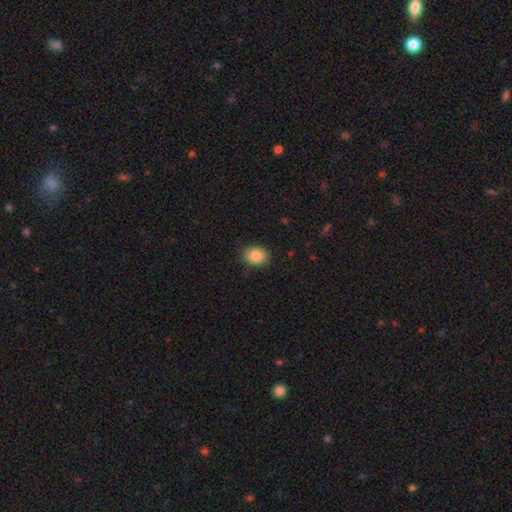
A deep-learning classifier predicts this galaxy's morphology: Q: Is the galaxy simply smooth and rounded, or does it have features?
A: smooth — 84%.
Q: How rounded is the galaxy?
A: round — 50%.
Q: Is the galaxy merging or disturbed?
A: none — 86%.